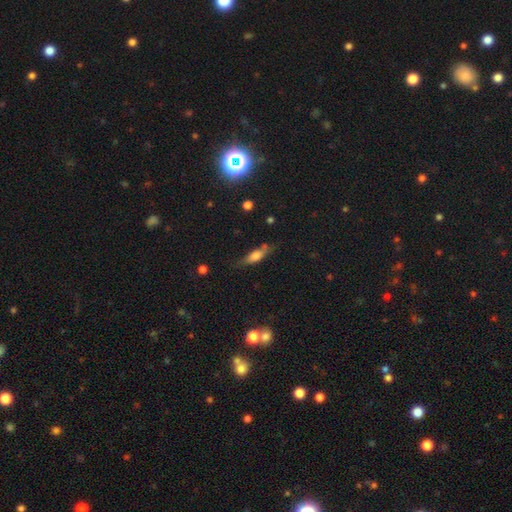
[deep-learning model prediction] Smooth or featured? Predicted: smooth (p=0.59). How rounded? Predicted: in between (p=0.49). Merging? Predicted: none (p=0.66).